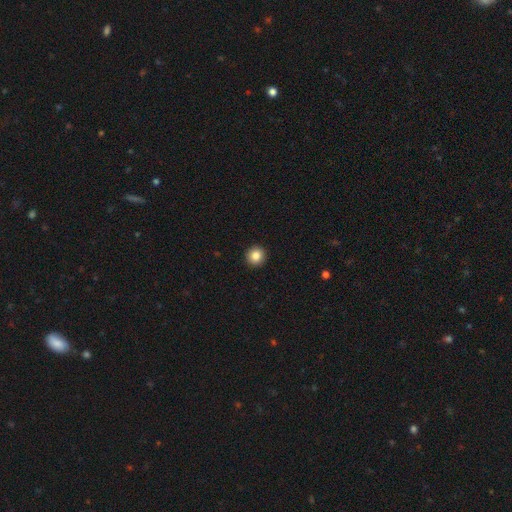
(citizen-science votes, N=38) Morphology: type=smooth (84%); roundness=round (97%); merging=none (91%).